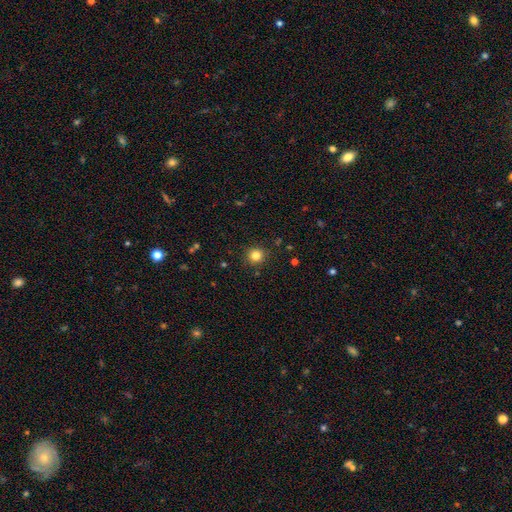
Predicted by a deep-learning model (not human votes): Smooth or featured? smooth (82%)
How rounded? round (92%)
Merging? none (90%)